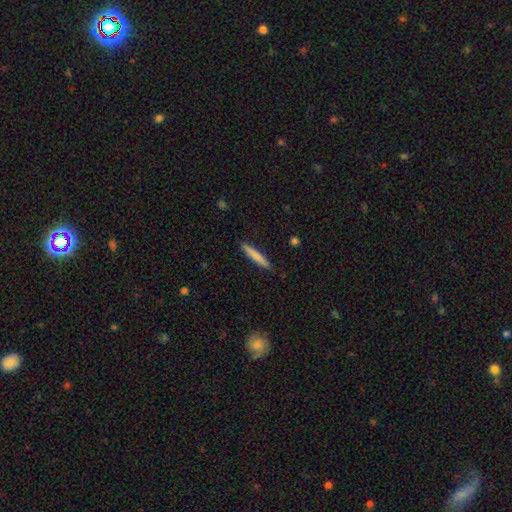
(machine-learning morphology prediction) A smooth galaxy with no disk features (77%) that is cigar-shaped (94%). Merging: none (90%).